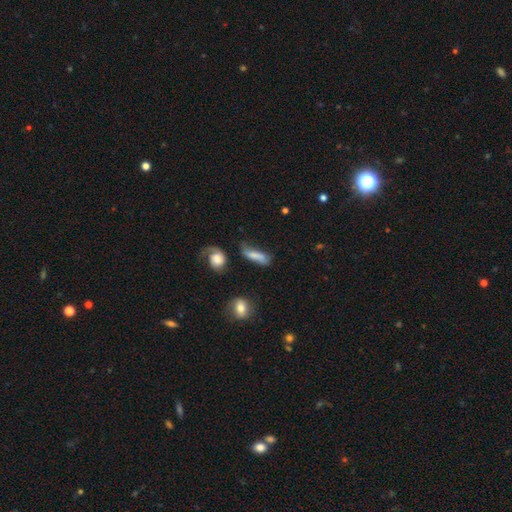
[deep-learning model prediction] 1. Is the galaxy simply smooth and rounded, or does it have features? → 61% smooth, 29% featured or disk, 10% star or artifact.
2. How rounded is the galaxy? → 52% in between, 43% cigar-shaped, 6% round.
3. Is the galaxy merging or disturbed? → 37% none, 25% minor disturbance, 25% major disturbance, 13% merger.